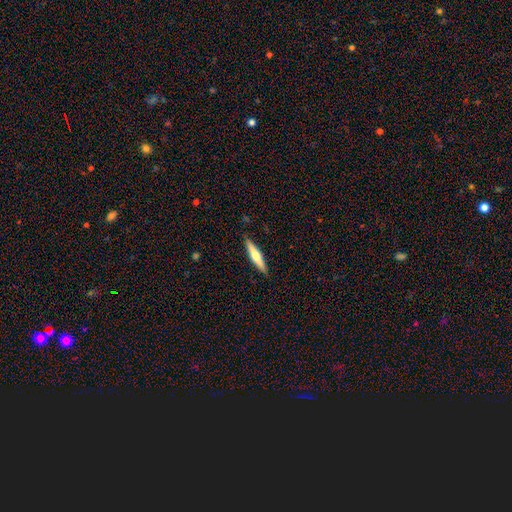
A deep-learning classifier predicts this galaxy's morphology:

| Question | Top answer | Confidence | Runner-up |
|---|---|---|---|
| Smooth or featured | featured or disk | 49% | smooth (46%) |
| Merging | none | 90% | minor disturbance (8%) |